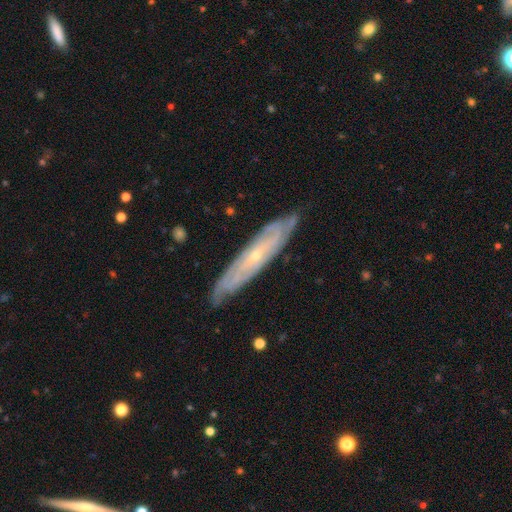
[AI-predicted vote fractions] This is likely a featured or disk galaxy (79%). It is likely not viewed edge-on (60%). Merging: clearly none (81%).